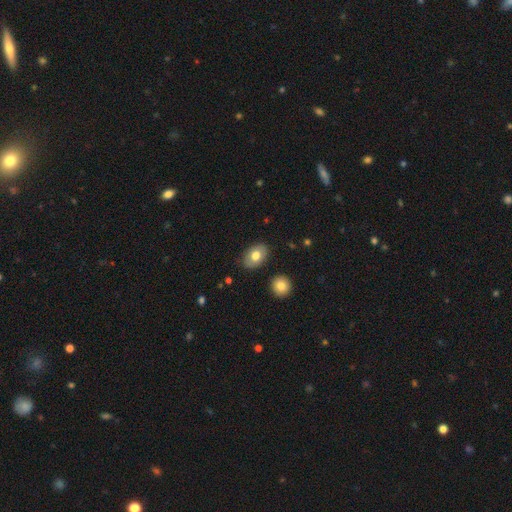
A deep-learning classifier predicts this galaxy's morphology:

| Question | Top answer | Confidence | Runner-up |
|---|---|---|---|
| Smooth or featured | smooth | 67% | featured or disk (26%) |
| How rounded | in between | 80% | round (19%) |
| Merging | none | 83% | minor disturbance (11%) |